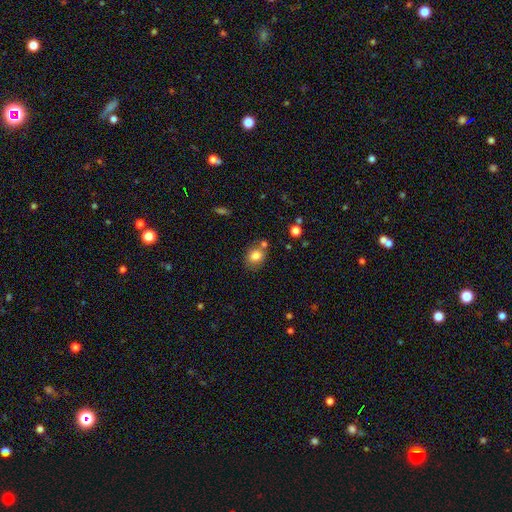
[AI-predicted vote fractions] smooth-or-featured: smooth: 81% | star or artifact: 10% | featured or disk: 9%
  how-rounded: round: 59% | in between: 40% | cigar-shaped: 1%
  merging: none: 66% | minor disturbance: 15% | merger: 15% | major disturbance: 4%